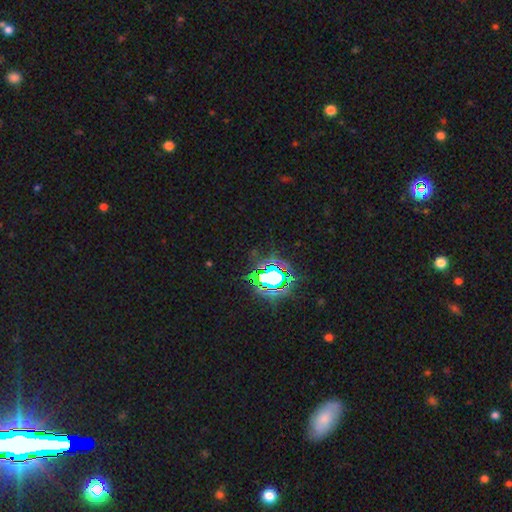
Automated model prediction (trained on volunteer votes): Overall: star or artifact (79%).